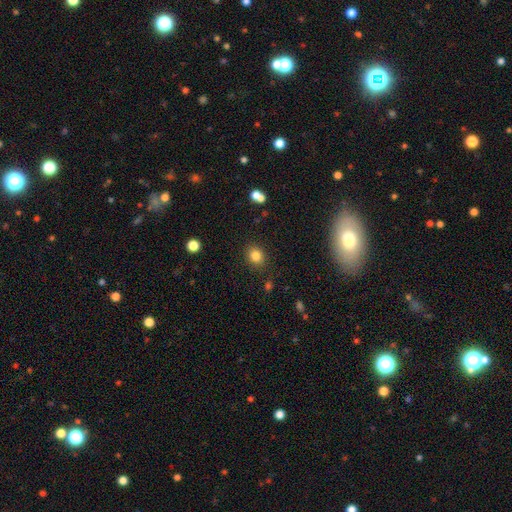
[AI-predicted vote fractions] smooth_or_featured: smooth (p=0.83) [alt: star or artifact p=0.11]
how_rounded: round (p=0.66) [alt: in between p=0.33]
merging: none (p=0.86) [alt: minor disturbance p=0.09]